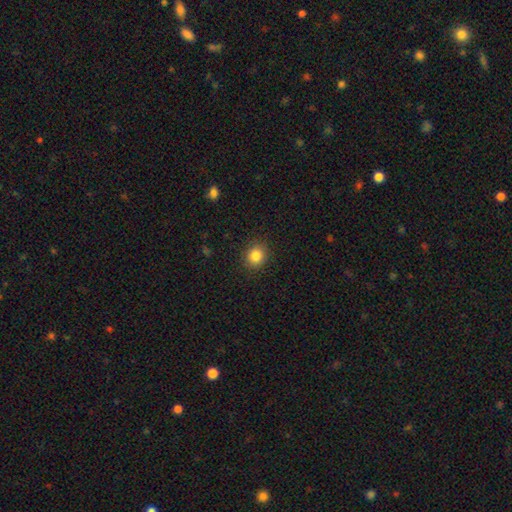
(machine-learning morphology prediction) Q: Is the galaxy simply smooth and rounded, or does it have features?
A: smooth — 85%.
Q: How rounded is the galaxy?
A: round — 80%.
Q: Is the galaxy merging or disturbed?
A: none — 89%.